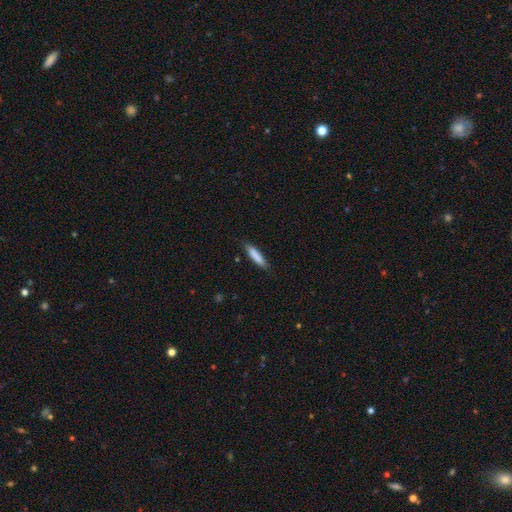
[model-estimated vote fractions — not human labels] The model was most divided on "how rounded": cigar-shaped: 81%, in between: 18%, round: 1%. More confident: smooth or featured — smooth (85%); merging — none (84%).